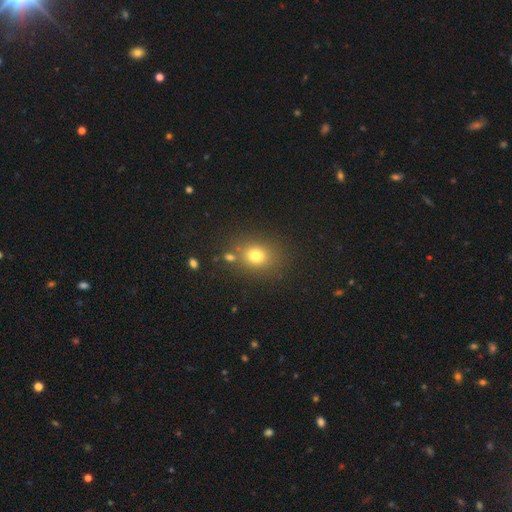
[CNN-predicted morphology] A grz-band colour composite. It shows a smooth galaxy with no disk features (75%) that is round (62%). Merging: none (76%).